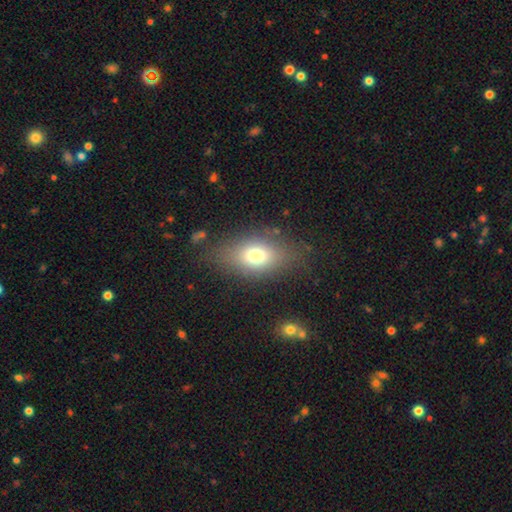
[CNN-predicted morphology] The model was most divided on "how rounded": in between: 75%, round: 21%, cigar-shaped: 4%. More confident: merging — none (76%); smooth or featured — smooth (71%).